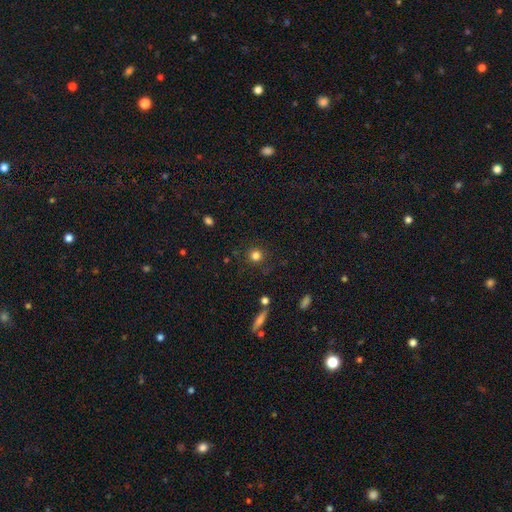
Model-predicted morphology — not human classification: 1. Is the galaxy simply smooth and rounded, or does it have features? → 80% smooth, 14% star or artifact, 6% featured or disk.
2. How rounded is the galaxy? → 93% round, 6% in between, 1% cigar-shaped.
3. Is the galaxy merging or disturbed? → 86% none, 8% minor disturbance, 3% major disturbance, 2% merger.